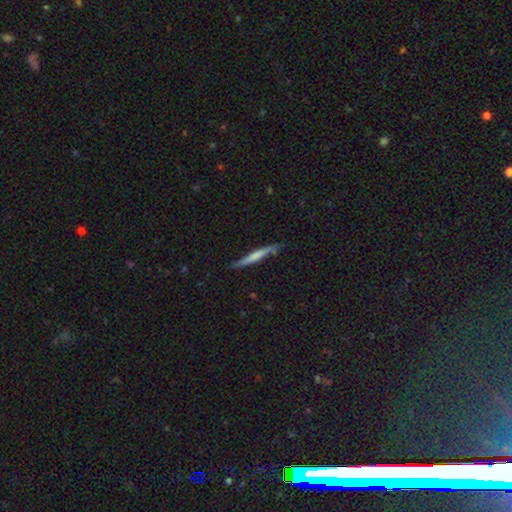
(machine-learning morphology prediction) This is possibly a smooth galaxy (52%). How rounded: clearly cigar-shaped (96%). Merging: likely none (79%).